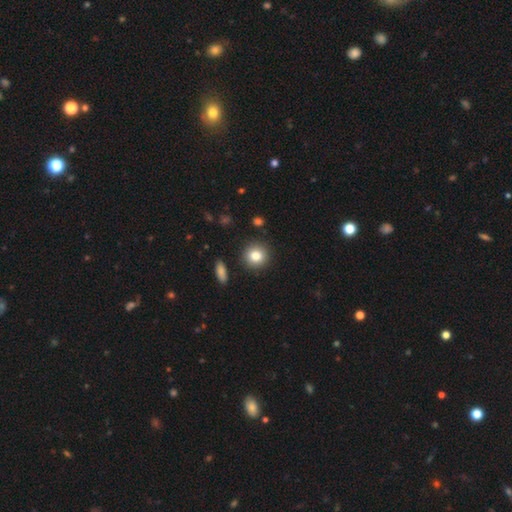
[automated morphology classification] Smooth or featured: smooth — 82% (star or artifact — 10%)
How rounded: round — 91% (in between — 8%)
Merging: none — 89% (minor disturbance — 6%)